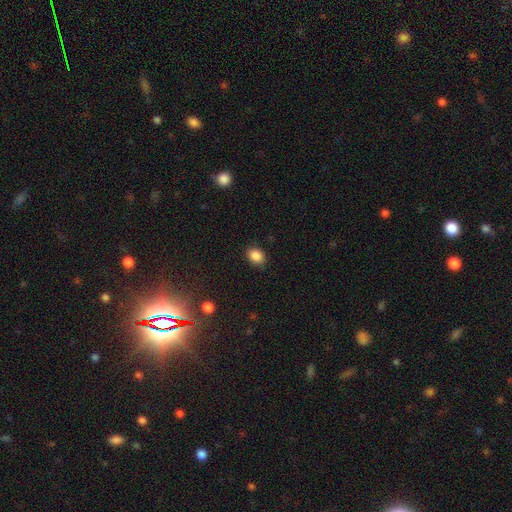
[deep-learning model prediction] This appears to be a smooth galaxy with no disk features (87%) that is in between round and cigar-shaped (63%). Merging: none (86%).